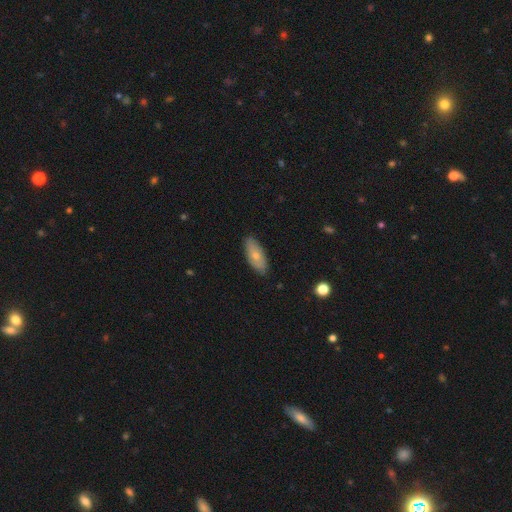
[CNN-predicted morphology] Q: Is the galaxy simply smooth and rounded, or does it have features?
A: smooth — 66%.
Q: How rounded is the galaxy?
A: in between — 83%.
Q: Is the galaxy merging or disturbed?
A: none — 84%.